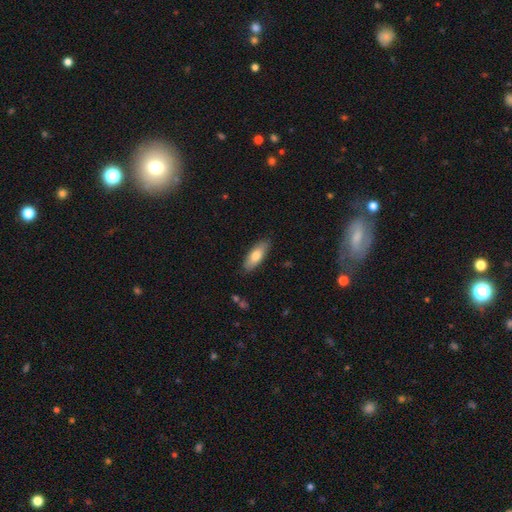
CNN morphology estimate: This appears to be a smooth galaxy with no disk features (75%) that is in between round and cigar-shaped (68%). Merging: none (86%).